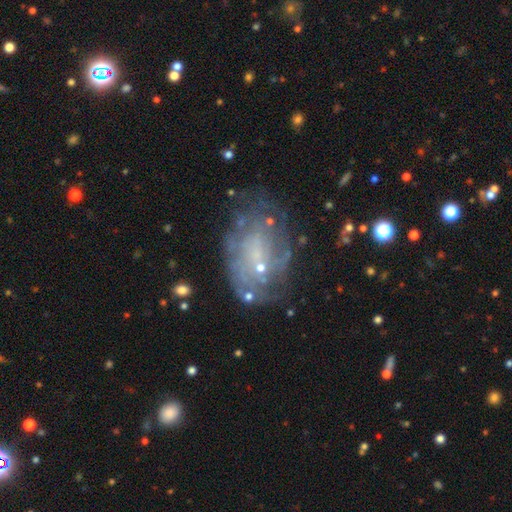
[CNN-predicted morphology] featured or disk 68%, smooth 20%, star or artifact 12%. Down the decision tree: edge-on disk — no (96%); bar — no (71%); spiral arms — yes (60%); bulge size — small (67%); merging — none (58%).